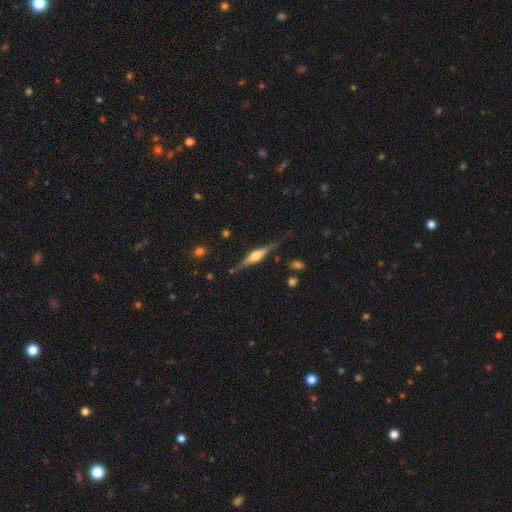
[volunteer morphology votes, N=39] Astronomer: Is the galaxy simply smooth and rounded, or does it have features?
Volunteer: featured or disk — 87%.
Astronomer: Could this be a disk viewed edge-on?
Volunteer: yes — 100%.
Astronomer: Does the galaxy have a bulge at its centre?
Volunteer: rounded — 88%.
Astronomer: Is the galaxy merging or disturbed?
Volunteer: none — 79%.